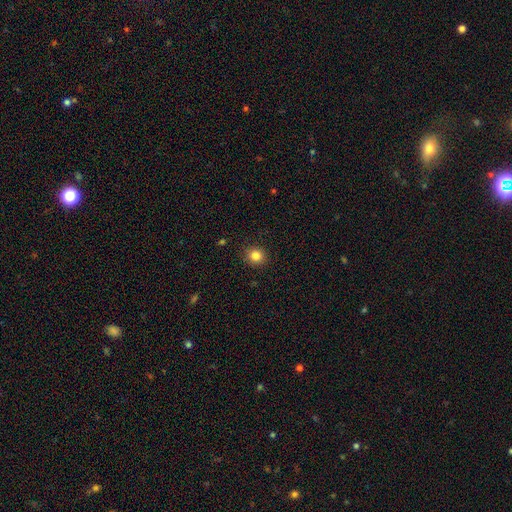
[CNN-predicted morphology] smooth_or_featured: smooth (p=0.84) [alt: star or artifact p=0.11]
how_rounded: round (p=0.87) [alt: in between p=0.12]
merging: none (p=0.90) [alt: minor disturbance p=0.07]